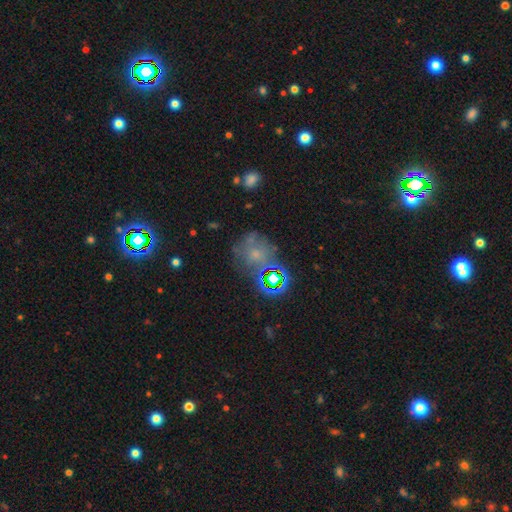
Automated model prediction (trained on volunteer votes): Smooth or featured: smooth — 44% (star or artifact — 30%)
Merging: none — 52% (minor disturbance — 20%)